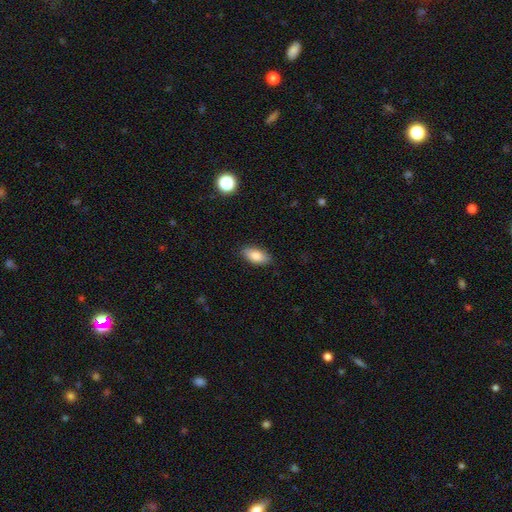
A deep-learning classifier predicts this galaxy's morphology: Smooth or featured: smooth — 84% (featured or disk — 8%)
How rounded: in between — 90% (cigar-shaped — 7%)
Merging: none — 88% (minor disturbance — 9%)